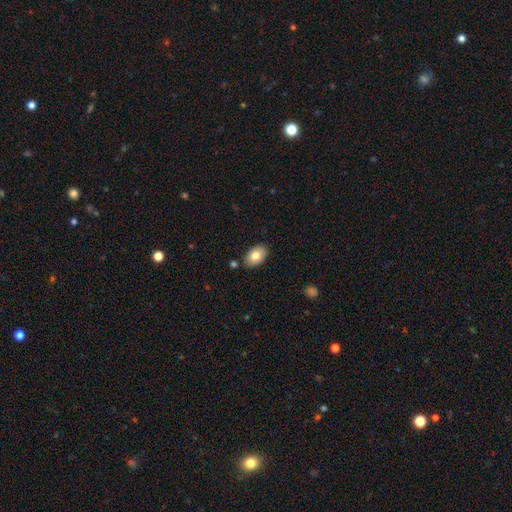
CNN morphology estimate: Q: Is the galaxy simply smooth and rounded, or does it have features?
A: smooth — 78%.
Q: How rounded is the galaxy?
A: in between — 89%.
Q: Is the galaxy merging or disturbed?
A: none — 84%.